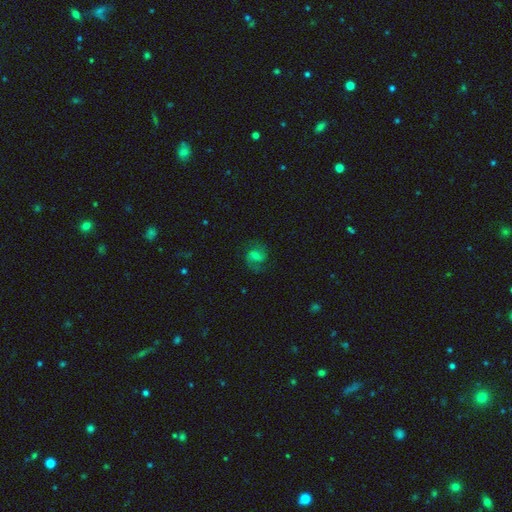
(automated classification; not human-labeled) A featured or disk galaxy (61%) with a weak bar (49%), 2 (85%) medium (52%) spiral arms (91%) and a small central bulge (42%).

Vote fractions:
- Smooth or featured? featured or disk: 61% / smooth: 28% / star or artifact: 11%
- Edge-on disk? no: 97% / yes: 3%
- Bar? weak: 49% / no: 36% / strong: 14%
- Spiral arms? yes: 91% / no: 9%
- Spiral winding? medium: 52% / loose: 31% / tight: 17%
- Spiral arm count? 2: 85% / can't tell: 7% / 1: 5% / 3: 2% / 4: 1% / more than 4: 1%
- Bulge size? small: 42% / moderate: 38% / none: 12% / large: 7% / dominant: 2%
- Merging? none: 72% / minor disturbance: 16% / major disturbance: 10% / merger: 1%